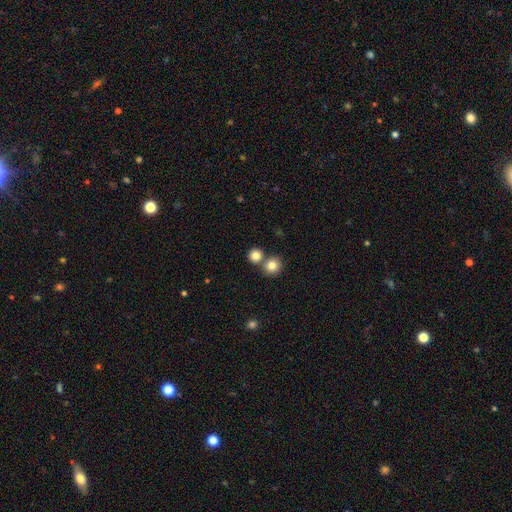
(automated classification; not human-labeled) Overall: smooth (82%). How rounded: round (89%). Merging: none (62%; merger 30%).